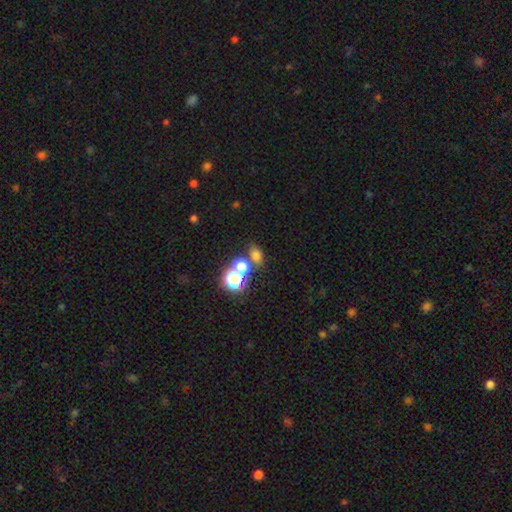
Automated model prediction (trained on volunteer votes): Smooth or featured? Predicted: smooth (p=0.65). How rounded? Predicted: in between (p=0.55). Merging? Predicted: none (p=0.63).